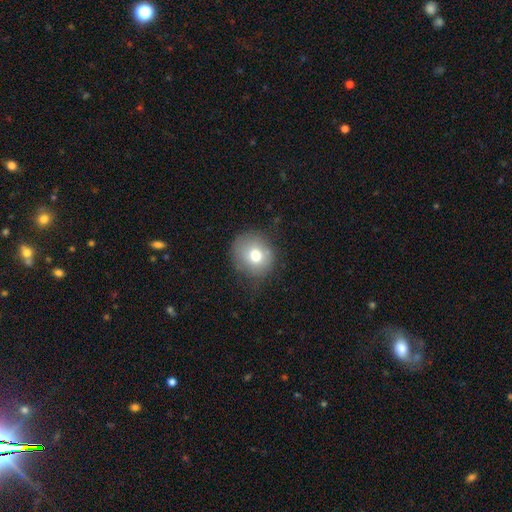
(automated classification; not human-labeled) This appears to be a smooth galaxy with no disk features (72%) that is round (85%). Merging: none (73%).